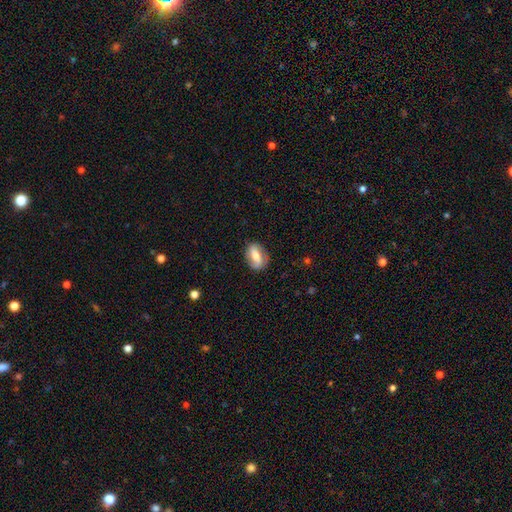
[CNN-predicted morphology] Smooth or featured? Predicted: featured or disk (p=0.47). Merging? Predicted: none (p=0.80).